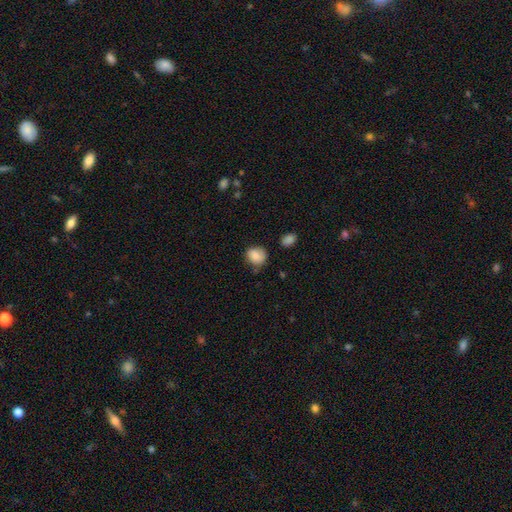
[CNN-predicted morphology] The model was most divided on "how rounded": round: 66%, in between: 33%, cigar-shaped: 1%. More confident: smooth or featured — smooth (84%); merging — none (67%).